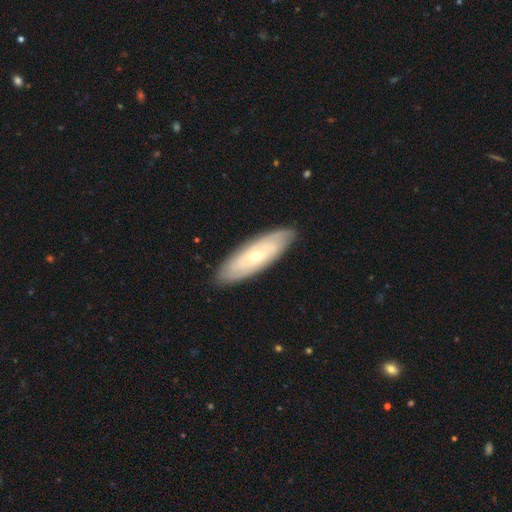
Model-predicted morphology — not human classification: The model was most divided on "smooth or featured": featured or disk: 61%, smooth: 33%, star or artifact: 6%. More confident: merging — none (87%); edge-on disk — no (77%).